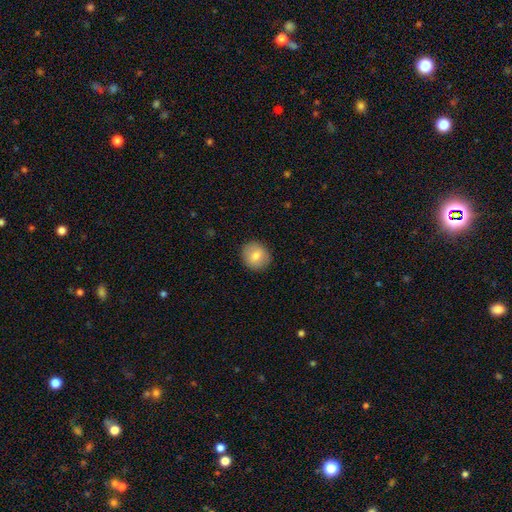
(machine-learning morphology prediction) A smooth galaxy with no disk features (78%) that is round (87%). Merging: none (90%).